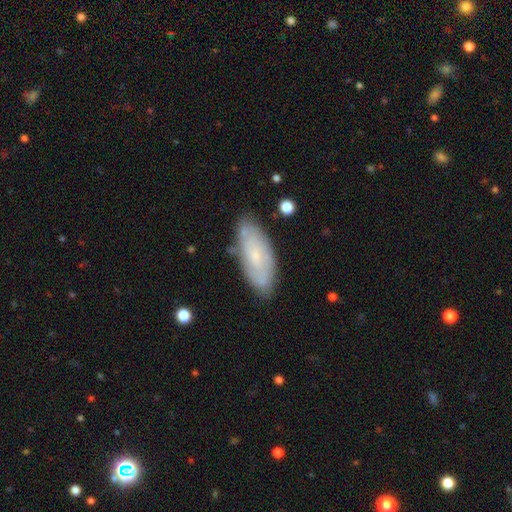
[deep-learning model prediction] The model was most divided on "smooth or featured": smooth: 47%, featured or disk: 45%, star or artifact: 7%. More confident: merging — none (77%).